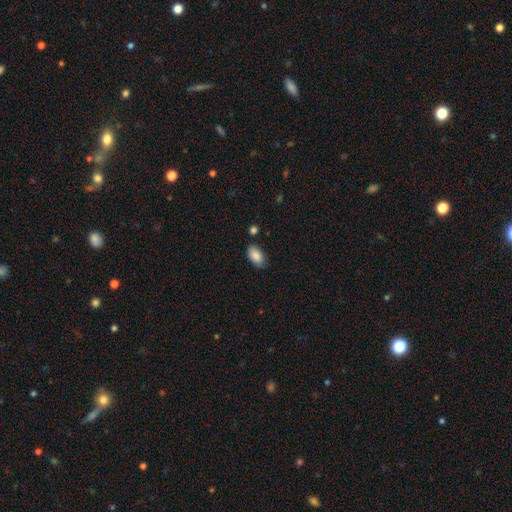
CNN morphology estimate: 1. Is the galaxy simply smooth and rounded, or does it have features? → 87% smooth, 7% star or artifact, 6% featured or disk.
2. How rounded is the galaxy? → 94% in between, 4% round, 2% cigar-shaped.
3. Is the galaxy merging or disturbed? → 77% none, 17% minor disturbance, 3% merger, 3% major disturbance.